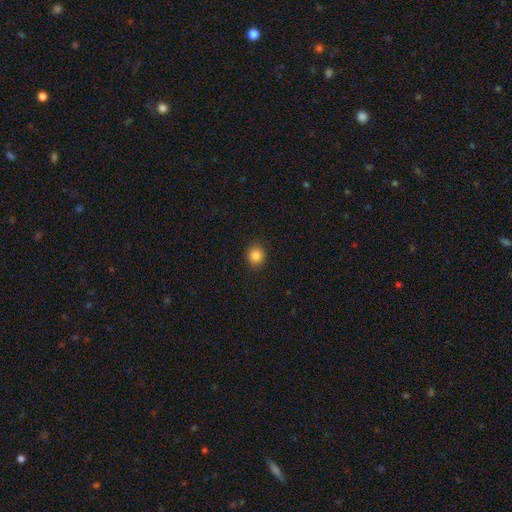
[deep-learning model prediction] A smooth galaxy with no disk features (85%) that is round (84%).

Vote fractions:
- Smooth or featured? smooth: 85% / star or artifact: 11% / featured or disk: 4%
- How rounded? round: 84% / in between: 15% / cigar-shaped: 1%
- Merging? none: 91% / minor disturbance: 6% / major disturbance: 2% / merger: 1%